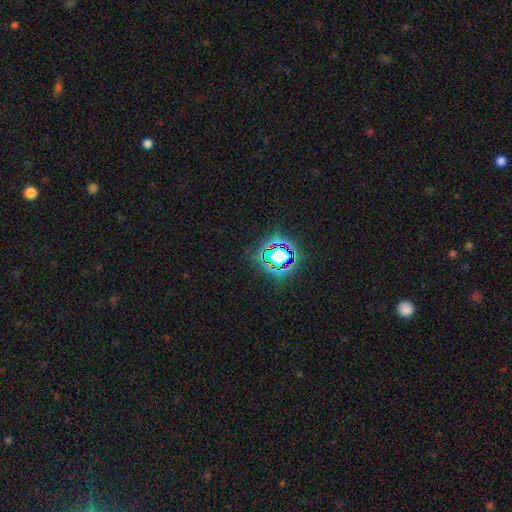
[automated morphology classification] star or artifact 77%, smooth 15%, featured or disk 8%.